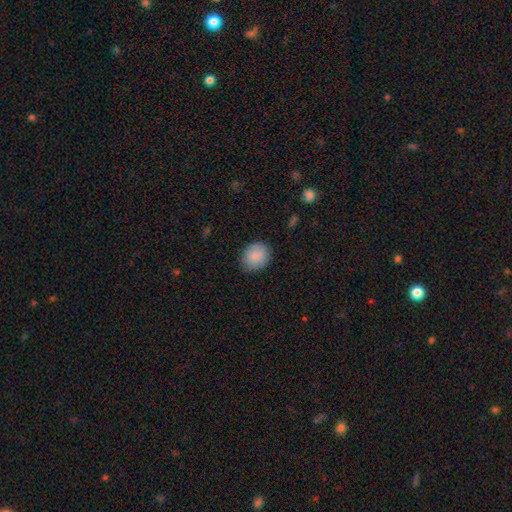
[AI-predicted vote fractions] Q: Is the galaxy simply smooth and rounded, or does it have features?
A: smooth — 88%.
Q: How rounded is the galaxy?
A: round — 64%.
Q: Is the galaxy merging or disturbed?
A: none — 84%.